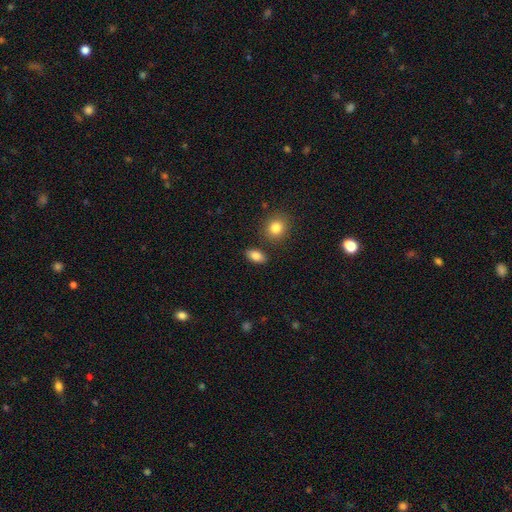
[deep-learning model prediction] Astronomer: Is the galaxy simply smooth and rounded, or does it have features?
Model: smooth — 85%.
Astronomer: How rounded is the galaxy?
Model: in between — 87%.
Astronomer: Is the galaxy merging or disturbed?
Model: none — 84%.